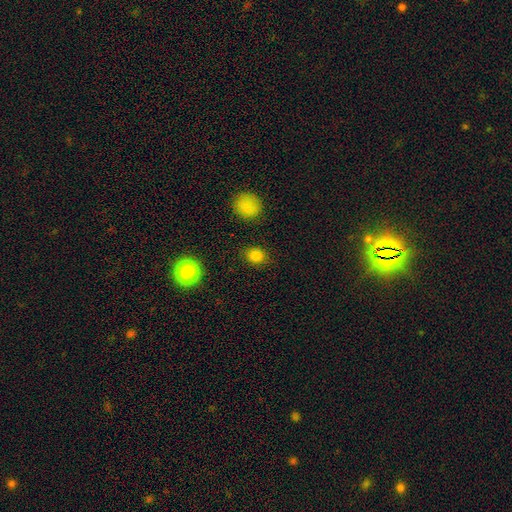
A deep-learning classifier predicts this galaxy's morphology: Smooth or featured? smooth (81%)
How rounded? round (69%)
Merging? none (87%)